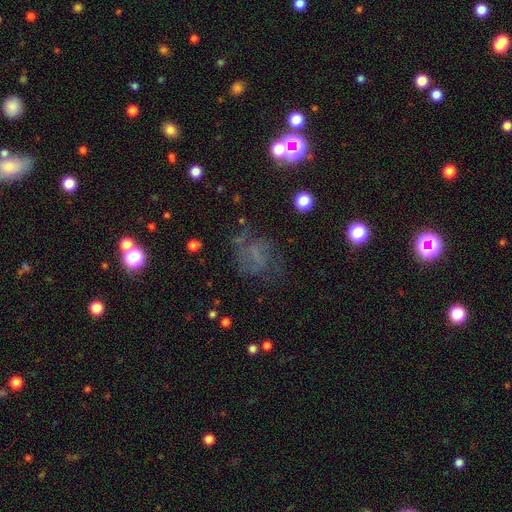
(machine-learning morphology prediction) featured or disk 41%, smooth 31%, star or artifact 28%. Down the decision tree: merging — none (54%).